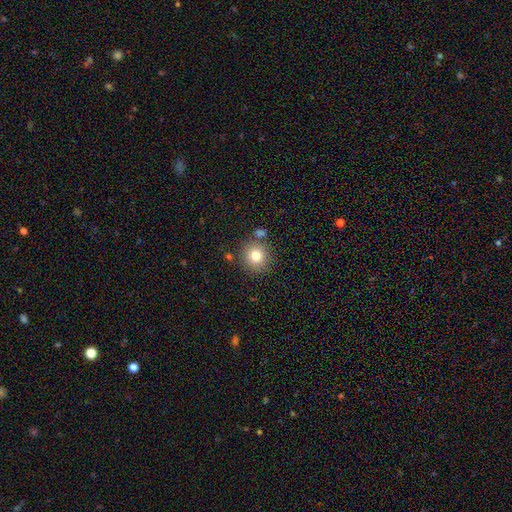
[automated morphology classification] This appears to be a smooth galaxy with no disk features (80%) that is round (91%). Merging: none (79%).